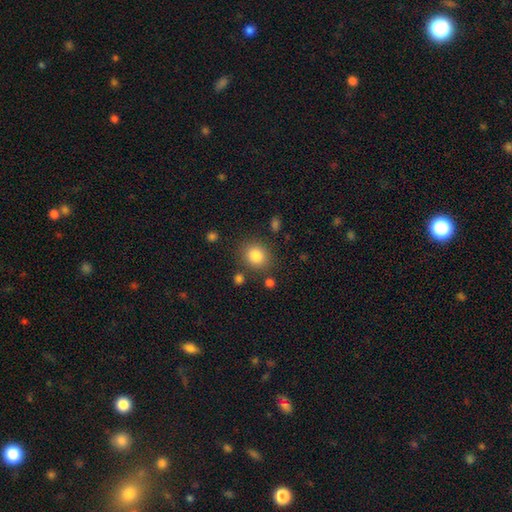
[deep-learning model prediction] This appears to be a smooth galaxy with no disk features (84%) that is round (75%). Merging: none (82%).